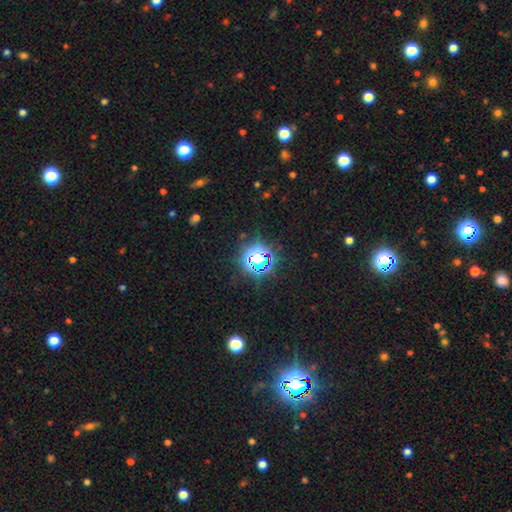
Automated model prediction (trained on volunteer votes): star or artifact 73%, smooth 19%, featured or disk 9%.